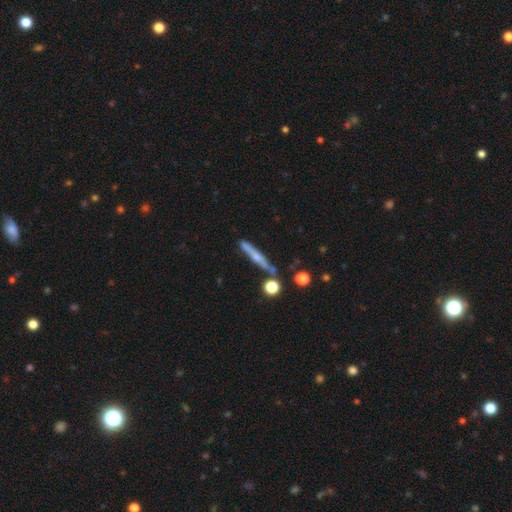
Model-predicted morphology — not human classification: This appears to be a featured or disk galaxy (52%) viewed edge-on (93%). Merging: none (75%).